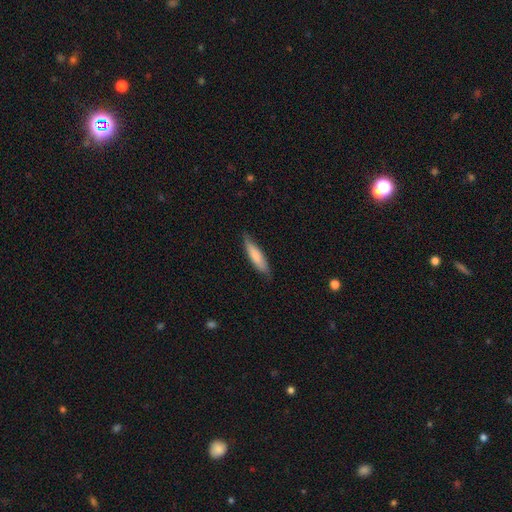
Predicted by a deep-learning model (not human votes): Overall: smooth (76%). How rounded: cigar-shaped (73%). Merging: none (80%).